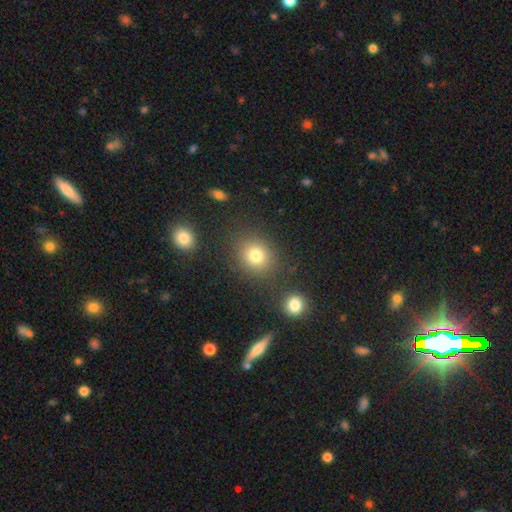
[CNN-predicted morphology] Q: Smooth or featured?
A: smooth (78%); runner-up: star or artifact (14%)
Q: How rounded?
A: round (75%); runner-up: in between (24%)
Q: Merging?
A: none (81%); runner-up: minor disturbance (9%)